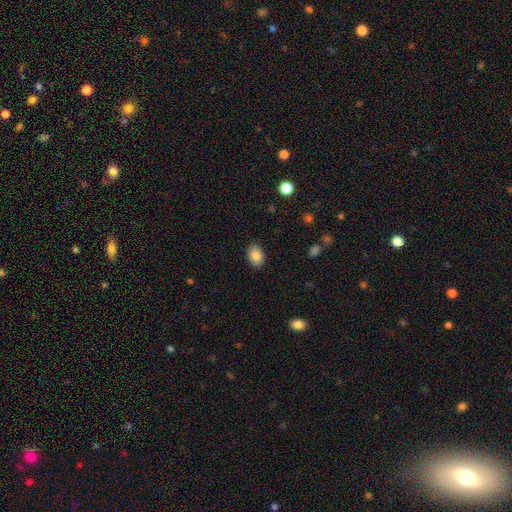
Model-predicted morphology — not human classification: This appears to be a smooth galaxy with no disk features (85%) that is in between round and cigar-shaped (83%). Merging: none (87%).